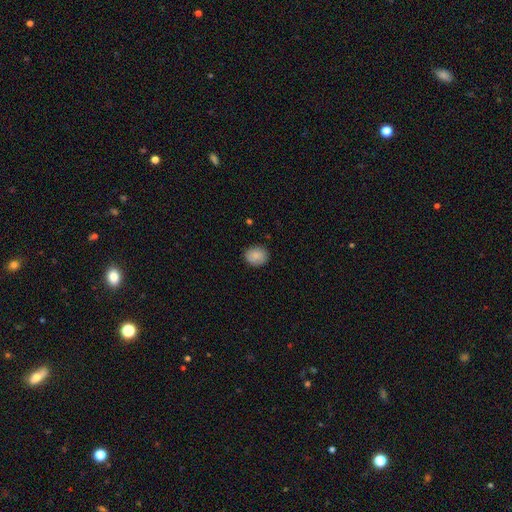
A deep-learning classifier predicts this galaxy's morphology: Smooth or featured: smooth — 85% (star or artifact — 7%)
How rounded: round — 68% (in between — 31%)
Merging: none — 86% (minor disturbance — 11%)